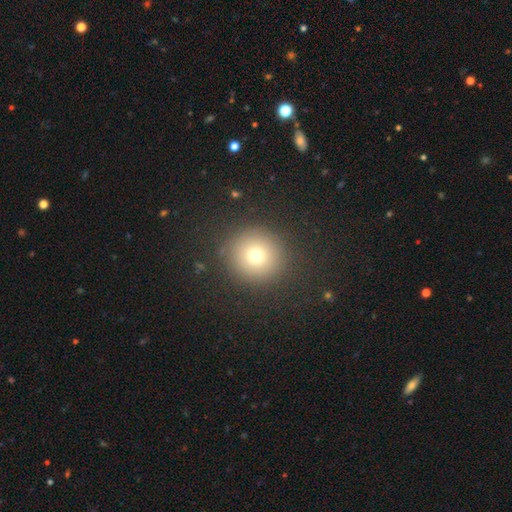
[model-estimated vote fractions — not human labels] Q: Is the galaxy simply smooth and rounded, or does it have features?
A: smooth — 72%.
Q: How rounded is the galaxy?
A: round — 93%.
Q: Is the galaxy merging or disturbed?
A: none — 90%.